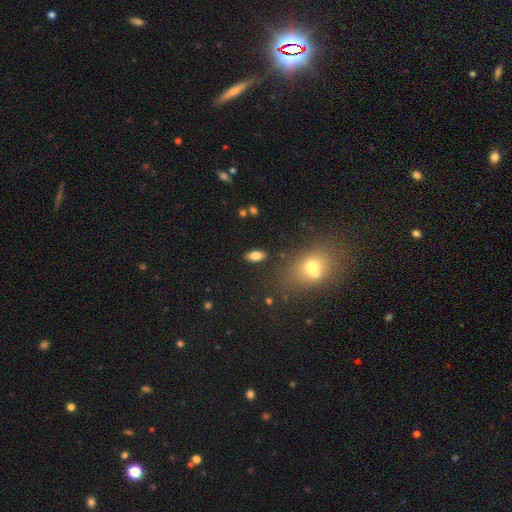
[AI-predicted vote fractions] This is likely a smooth galaxy (78%). How rounded: clearly in between (89%). Merging: clearly none (85%).